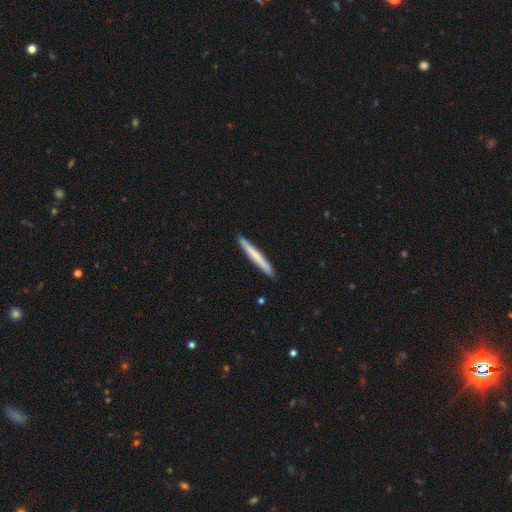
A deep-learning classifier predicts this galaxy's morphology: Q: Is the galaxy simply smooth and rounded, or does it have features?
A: smooth — 65%.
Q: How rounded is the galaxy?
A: cigar-shaped — 97%.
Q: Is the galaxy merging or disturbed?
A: none — 92%.